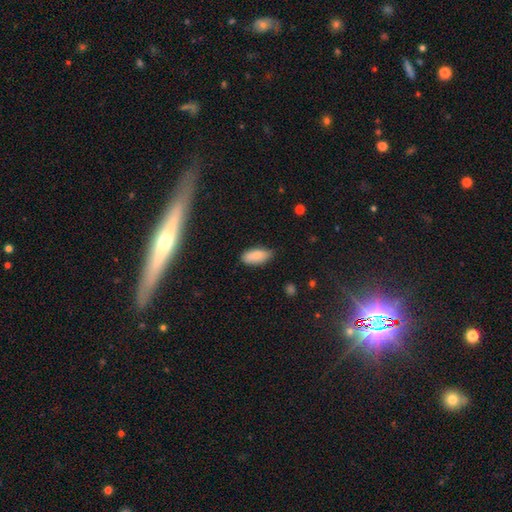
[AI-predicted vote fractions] Overall: smooth (87%). How rounded: in between (87%). Merging: none (76%).